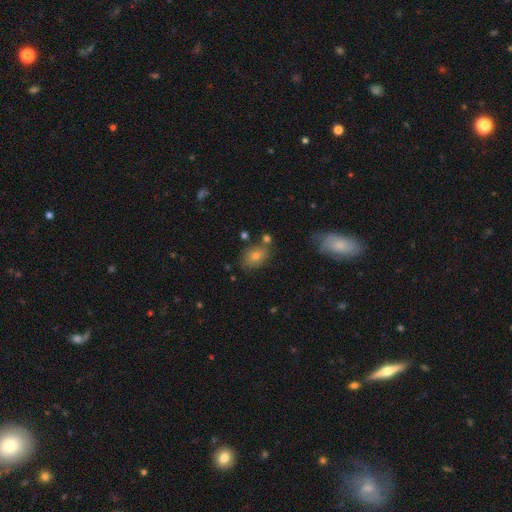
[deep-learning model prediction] A smooth galaxy with no disk features (67%) that is in between round and cigar-shaped (74%).

Vote fractions:
- Smooth or featured? smooth: 67% / featured or disk: 19% / star or artifact: 14%
- How rounded? in between: 74% / round: 24% / cigar-shaped: 2%
- Merging? none: 71% / minor disturbance: 16% / merger: 8% / major disturbance: 5%